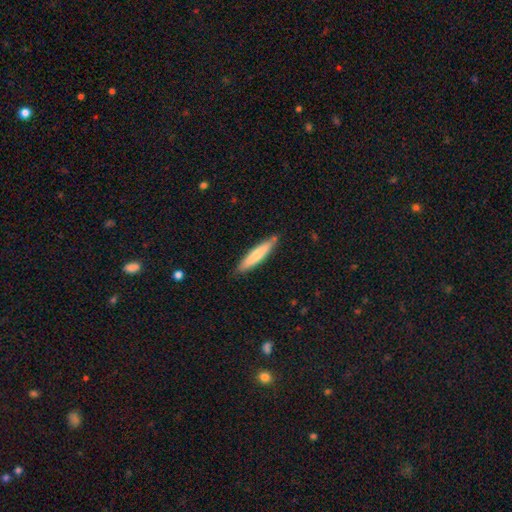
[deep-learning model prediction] Q: Smooth or featured?
A: smooth (68%); runner-up: featured or disk (27%)
Q: How rounded?
A: cigar-shaped (90%); runner-up: in between (9%)
Q: Merging?
A: none (88%); runner-up: minor disturbance (9%)